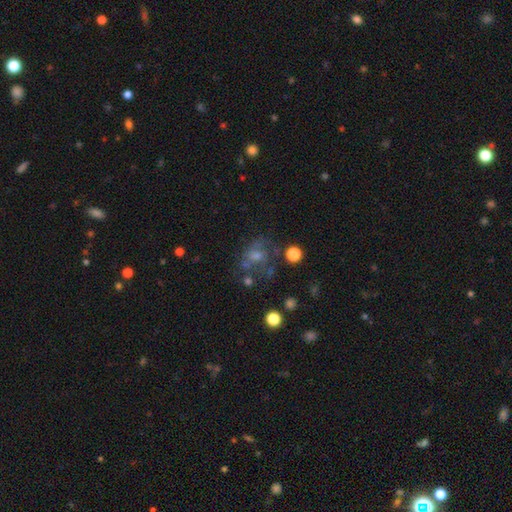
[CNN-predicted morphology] The model was most divided on "smooth or featured": featured or disk: 39%, smooth: 33%, star or artifact: 28%. Remaining: merging — none (48%).